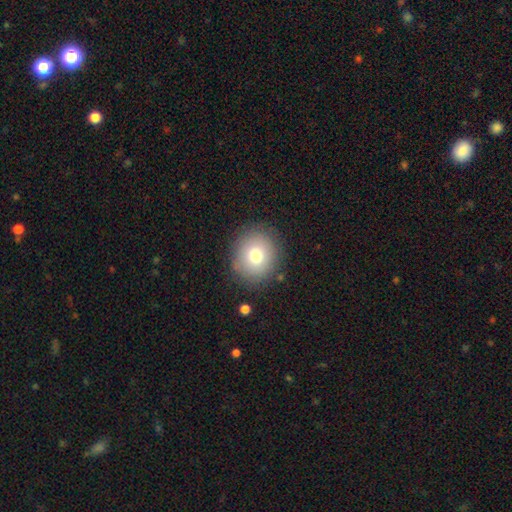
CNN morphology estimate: A smooth galaxy with no disk features (76%) that is round (81%).

Vote fractions:
- Smooth or featured? smooth: 76% / featured or disk: 13% / star or artifact: 11%
- How rounded? round: 81% / in between: 18% / cigar-shaped: 1%
- Merging? none: 84% / minor disturbance: 10% / major disturbance: 4% / merger: 2%